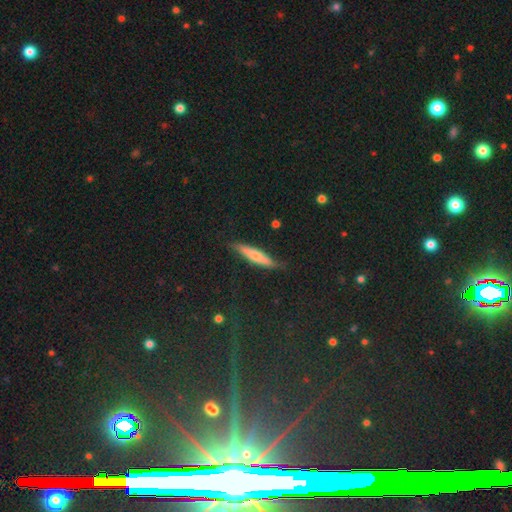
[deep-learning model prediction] Smooth or featured? smooth (60%)
How rounded? cigar-shaped (85%)
Merging? none (79%)